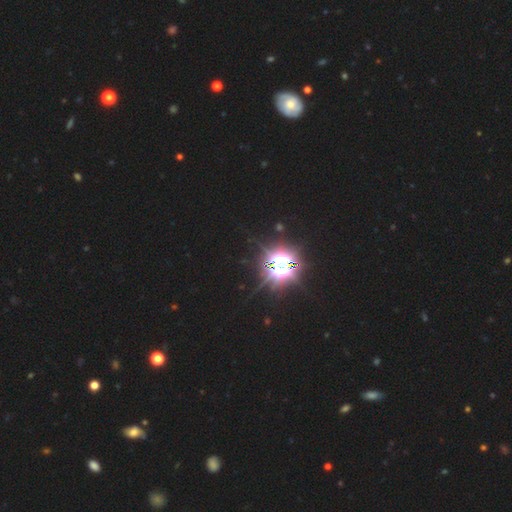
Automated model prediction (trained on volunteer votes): Overall: star or artifact (82%).